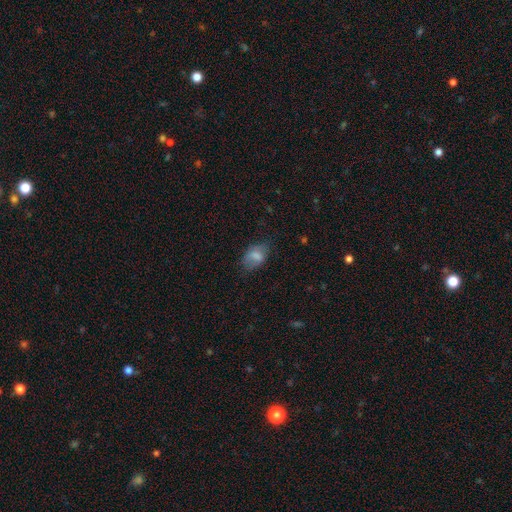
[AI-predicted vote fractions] Morphology: type=smooth (74%); roundness=in between (86%); merging=none (63%).